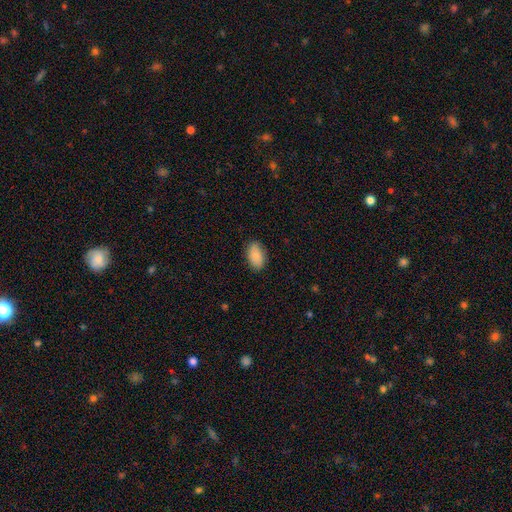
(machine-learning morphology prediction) smooth-or-featured: smooth: 87% | featured or disk: 7% | star or artifact: 6%
  how-rounded: in between: 93% | round: 5% | cigar-shaped: 2%
  merging: none: 84% | minor disturbance: 12% | major disturbance: 3% | merger: 1%